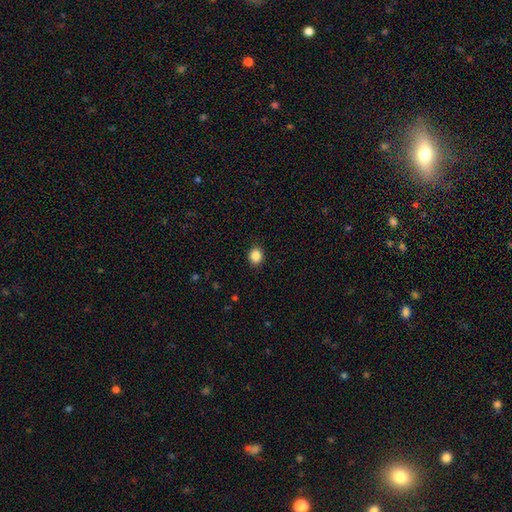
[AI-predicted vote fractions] Q: Smooth or featured?
A: smooth (87%); runner-up: star or artifact (9%)
Q: How rounded?
A: round (60%); runner-up: in between (39%)
Q: Merging?
A: none (90%); runner-up: minor disturbance (7%)